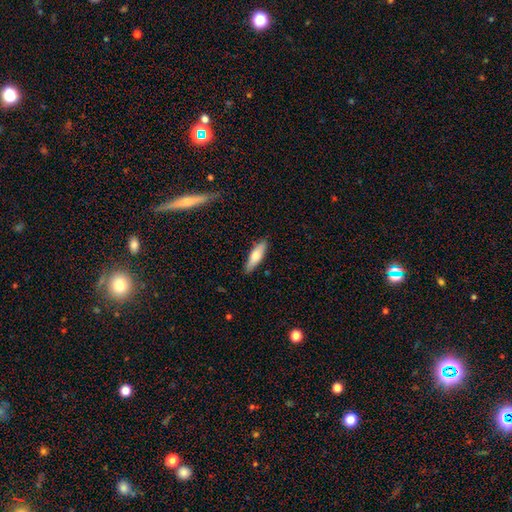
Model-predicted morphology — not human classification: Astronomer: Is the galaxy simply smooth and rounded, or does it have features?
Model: smooth — 68%.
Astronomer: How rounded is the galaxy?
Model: cigar-shaped — 55% (runner-up: in between, 43%).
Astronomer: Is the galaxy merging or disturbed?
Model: none — 87%.